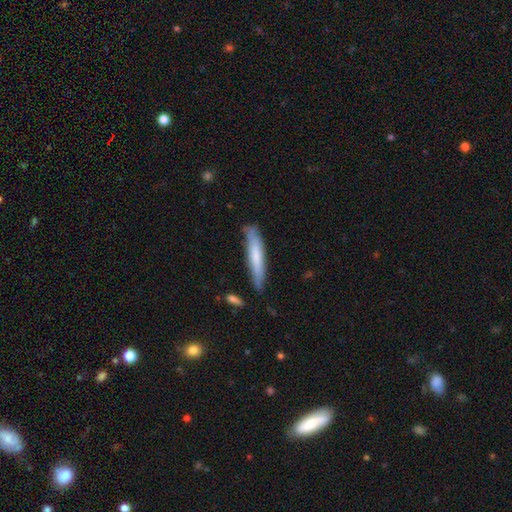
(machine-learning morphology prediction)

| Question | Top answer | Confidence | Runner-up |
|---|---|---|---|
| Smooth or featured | smooth | 64% | featured or disk (30%) |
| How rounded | cigar-shaped | 90% | in between (8%) |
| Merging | none | 75% | minor disturbance (19%) |